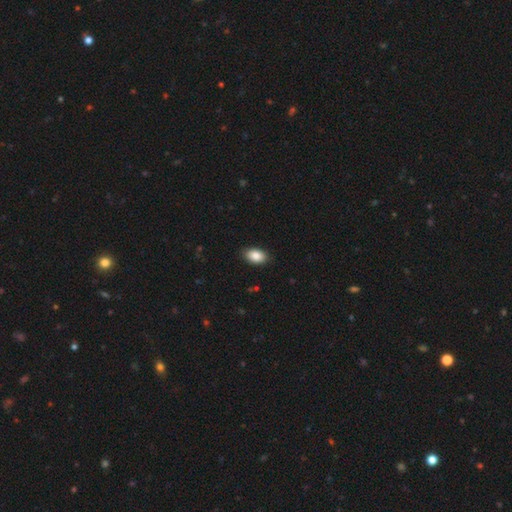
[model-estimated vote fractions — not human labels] This is clearly a smooth galaxy (87%). How rounded: clearly in between (90%). Merging: clearly none (88%).